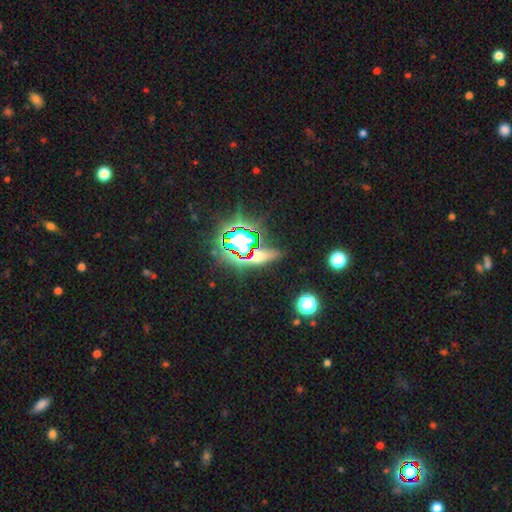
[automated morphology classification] star or artifact 52%, smooth 31%, featured or disk 17%.